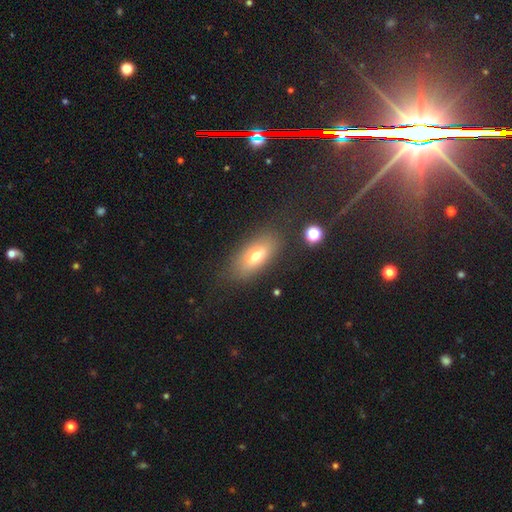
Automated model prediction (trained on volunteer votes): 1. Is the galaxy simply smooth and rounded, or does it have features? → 68% smooth, 22% featured or disk, 9% star or artifact.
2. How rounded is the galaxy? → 81% in between, 15% cigar-shaped, 4% round.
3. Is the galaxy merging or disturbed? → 78% none, 14% minor disturbance, 6% major disturbance, 2% merger.